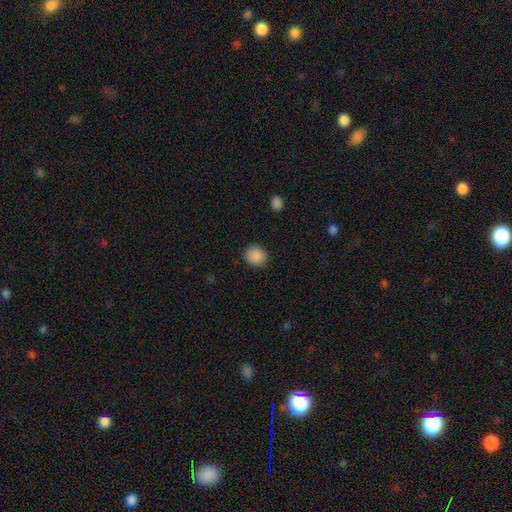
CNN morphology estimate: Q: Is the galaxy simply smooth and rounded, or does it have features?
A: smooth — 89%.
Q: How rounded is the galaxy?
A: round — 77%.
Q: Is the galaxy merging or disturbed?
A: none — 89%.